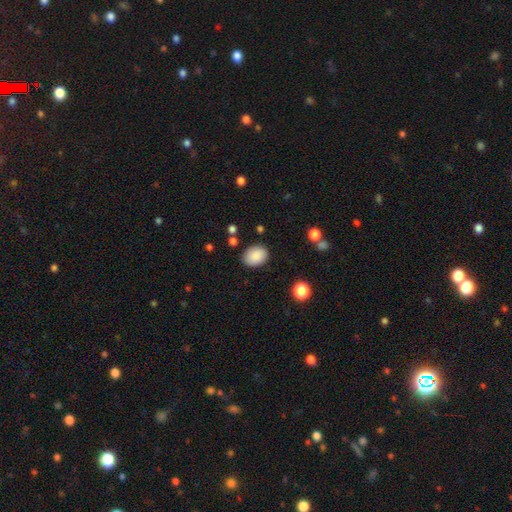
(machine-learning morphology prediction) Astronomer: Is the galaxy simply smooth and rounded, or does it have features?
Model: smooth — 87%.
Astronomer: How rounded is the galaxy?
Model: in between — 66%.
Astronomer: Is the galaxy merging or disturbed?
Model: none — 83%.